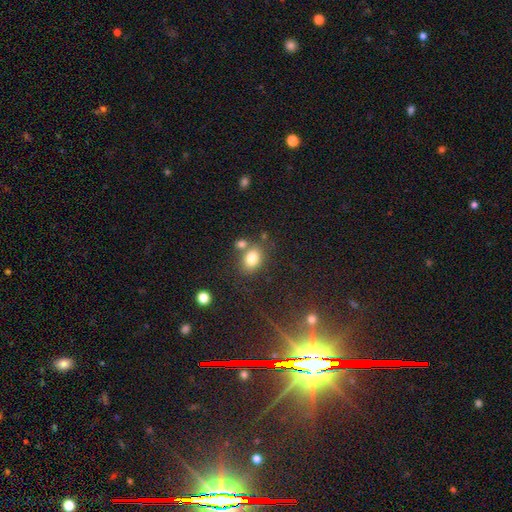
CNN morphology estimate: Smooth or featured? Predicted: smooth (p=0.62). How rounded? Predicted: in between (p=0.59). Merging? Predicted: none (p=0.74).